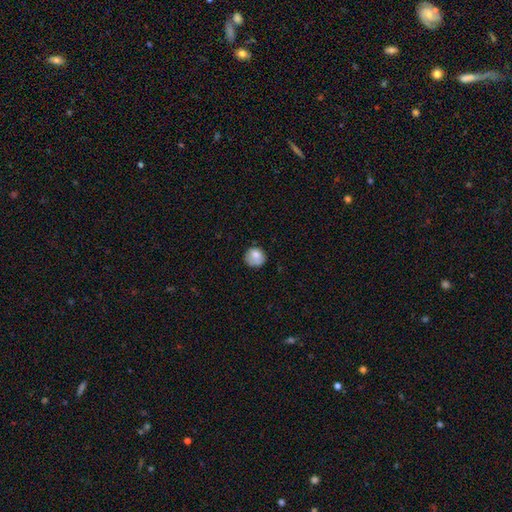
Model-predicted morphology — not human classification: This appears to be a smooth galaxy with no disk features (78%) that is round (81%). Merging: none (64%).